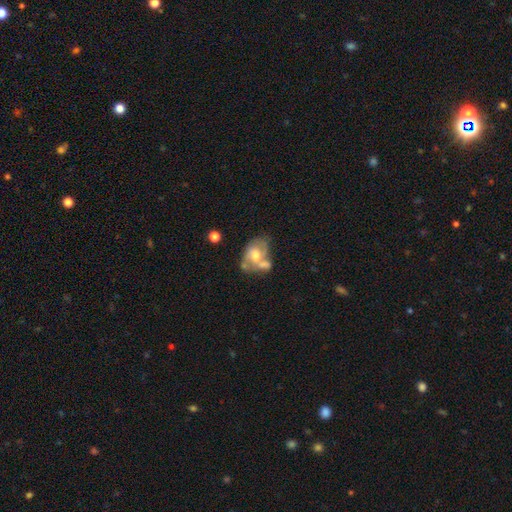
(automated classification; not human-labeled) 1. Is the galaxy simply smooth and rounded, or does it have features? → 55% featured or disk, 37% smooth, 8% star or artifact.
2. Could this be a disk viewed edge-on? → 96% no, 4% yes.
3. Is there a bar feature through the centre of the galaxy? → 71% no, 23% weak, 5% strong.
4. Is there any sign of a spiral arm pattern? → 54% no, 46% yes.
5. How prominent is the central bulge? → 65% moderate, 18% small, 12% large, 4% none, 1% dominant.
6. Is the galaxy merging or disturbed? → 45% merger, 24% none, 17% minor disturbance, 15% major disturbance.